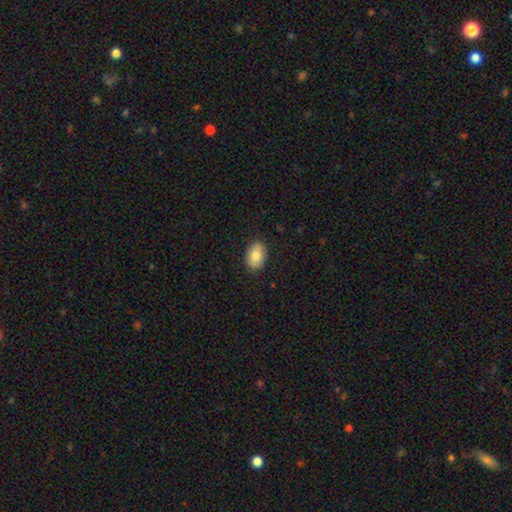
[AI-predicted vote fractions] Smooth or featured? Predicted: smooth (p=0.81). How rounded? Predicted: in between (p=0.80). Merging? Predicted: none (p=0.87).